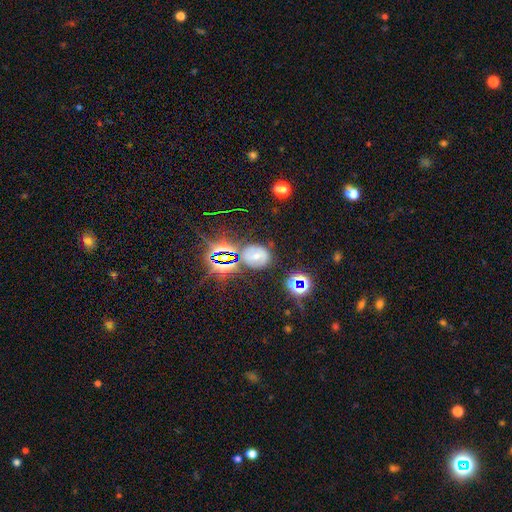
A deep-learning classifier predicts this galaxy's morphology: smooth-or-featured: star or artifact: 38% | smooth: 34% | featured or disk: 27%